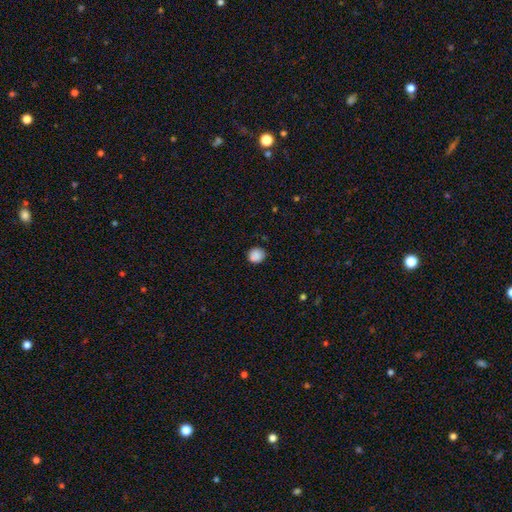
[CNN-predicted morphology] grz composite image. It shows a smooth galaxy with no disk features (87%) that is round (86%). Merging: none (86%).